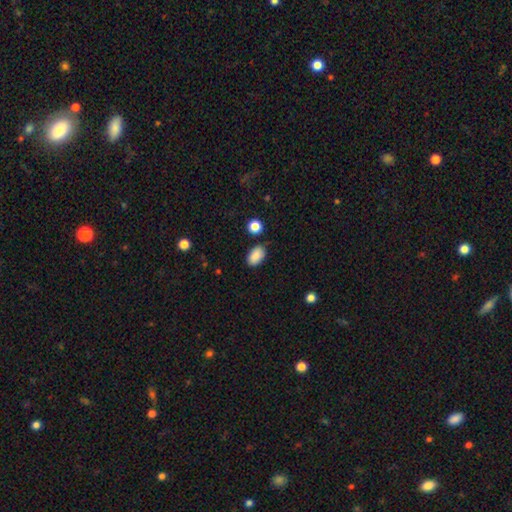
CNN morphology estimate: smooth 88%, star or artifact 8%, featured or disk 5%. Down the decision tree: how rounded — in between (90%); merging — none (82%).